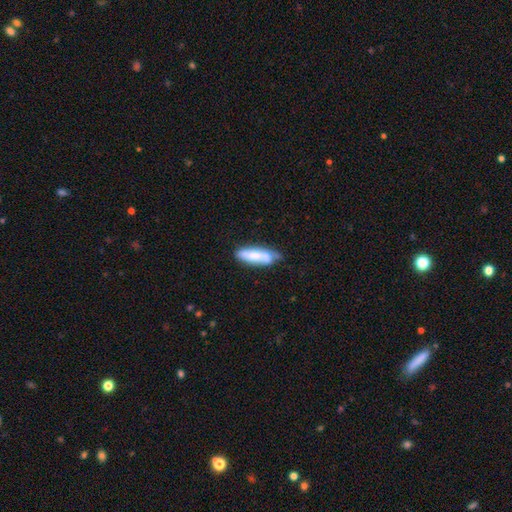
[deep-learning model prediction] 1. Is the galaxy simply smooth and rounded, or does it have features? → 61% smooth, 32% featured or disk, 6% star or artifact.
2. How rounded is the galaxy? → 52% in between, 46% cigar-shaped, 2% round.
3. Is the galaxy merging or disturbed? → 48% none, 29% minor disturbance, 14% merger, 8% major disturbance.